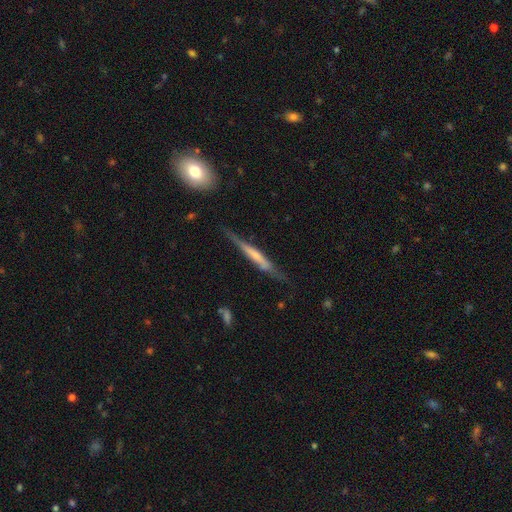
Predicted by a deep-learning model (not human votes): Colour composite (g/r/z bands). It shows a featured or disk galaxy (59%) viewed edge-on (91%) with no central bulge (48%). Merging: none (66%).